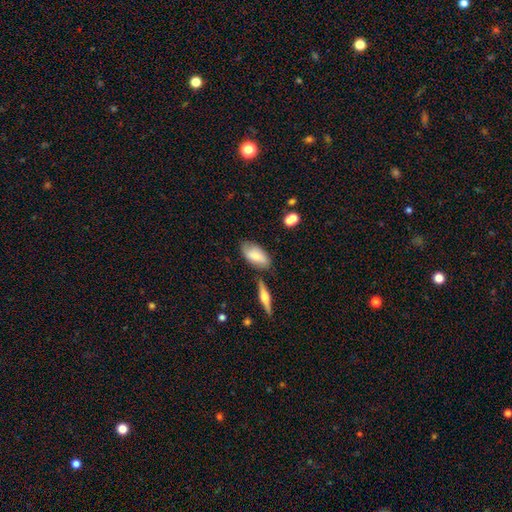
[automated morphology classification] Q: Smooth or featured?
A: smooth (70%); runner-up: featured or disk (23%)
Q: How rounded?
A: in between (90%); runner-up: cigar-shaped (7%)
Q: Merging?
A: none (71%); runner-up: minor disturbance (17%)